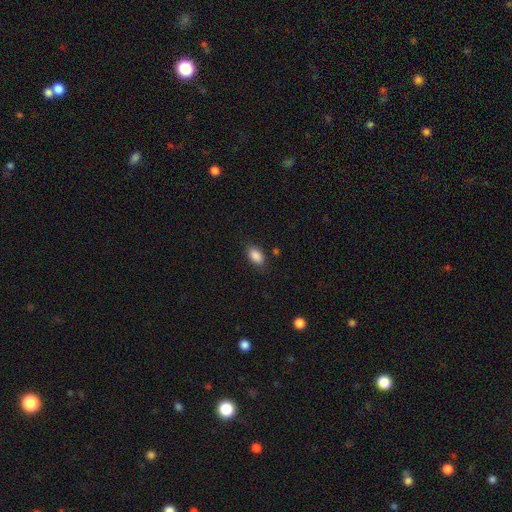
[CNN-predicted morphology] Smooth or featured: smooth — 88% (star or artifact — 8%)
How rounded: in between — 91% (round — 7%)
Merging: none — 82% (minor disturbance — 13%)